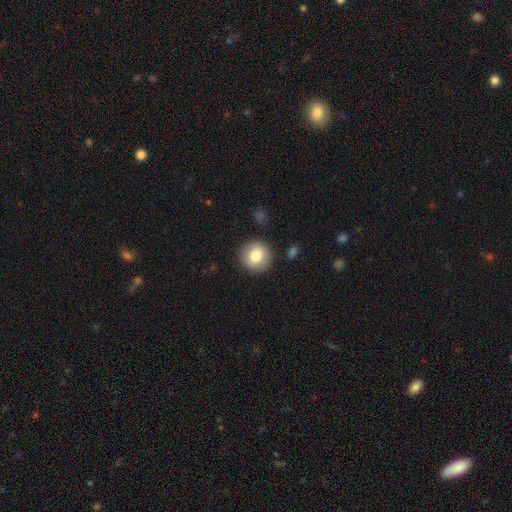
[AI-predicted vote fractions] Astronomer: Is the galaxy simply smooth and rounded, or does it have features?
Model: smooth — 82%.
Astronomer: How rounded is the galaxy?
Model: round — 90%.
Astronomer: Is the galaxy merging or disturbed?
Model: none — 88%.